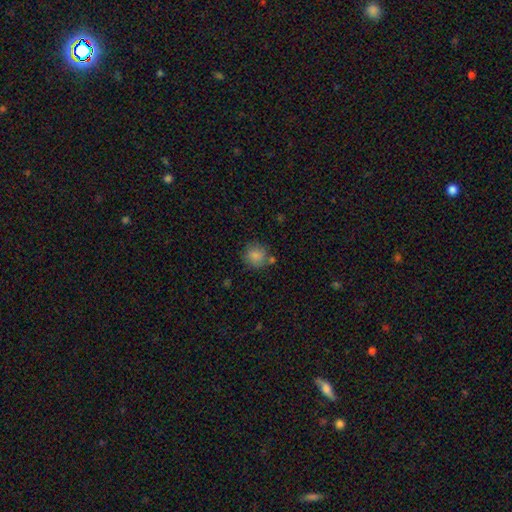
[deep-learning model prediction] Smooth or featured?
  - smooth: 84% *
  - star or artifact: 8%
  - featured or disk: 7%
How rounded?
  - round: 87% *
  - in between: 12%
  - cigar-shaped: 1%
Merging?
  - none: 70% *
  - minor disturbance: 15%
  - merger: 10%
  - major disturbance: 5%